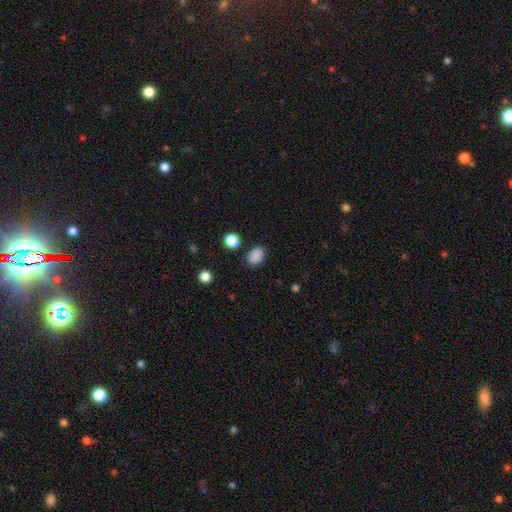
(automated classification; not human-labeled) Smooth or featured?
  - smooth: 87% *
  - star or artifact: 10%
  - featured or disk: 3%
How rounded?
  - in between: 72% *
  - round: 27%
  - cigar-shaped: 1%
Merging?
  - none: 84% *
  - minor disturbance: 10%
  - major disturbance: 3%
  - merger: 2%